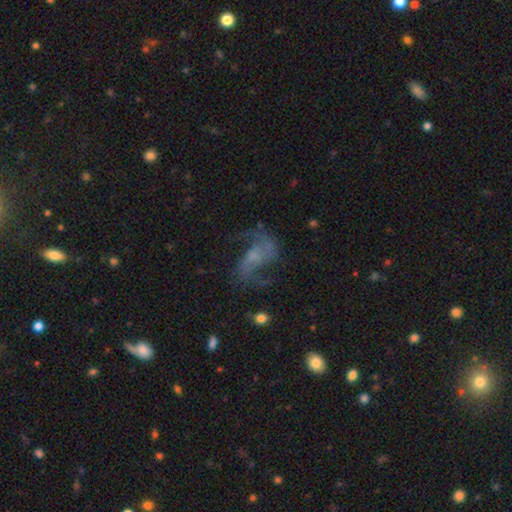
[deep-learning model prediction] smooth-or-featured: featured or disk: 78% | smooth: 11% | star or artifact: 11%
  disk-edge-on: no: 97% | yes: 3%
    bar: no: 48% | weak: 39% | strong: 12%
    has-spiral-arms: yes: 92% | no: 8%
      spiral-winding: loose: 60% | medium: 33% | tight: 7%
      spiral-arm-count: 2: 86% | can't tell: 5% | 1: 3% | 3: 3% | 4: 2% | more than 4: 1%
    bulge-size: small: 41% | none: 33% | moderate: 20% | large: 4% | dominant: 1%
  merging: none: 60% | major disturbance: 20% | minor disturbance: 17% | merger: 3%